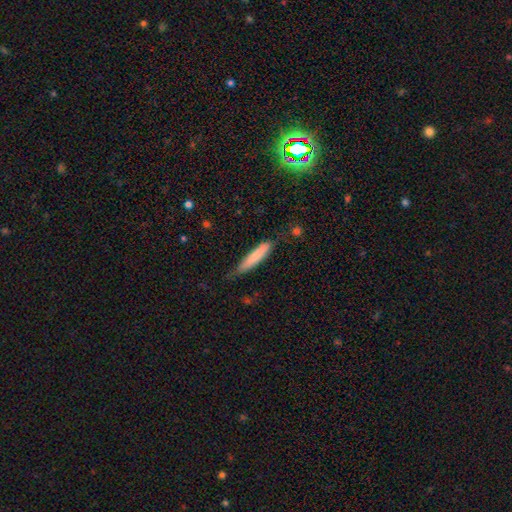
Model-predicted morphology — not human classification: Smooth or featured: smooth — 77% (featured or disk — 18%)
How rounded: cigar-shaped — 90% (in between — 9%)
Merging: none — 68% (minor disturbance — 25%)